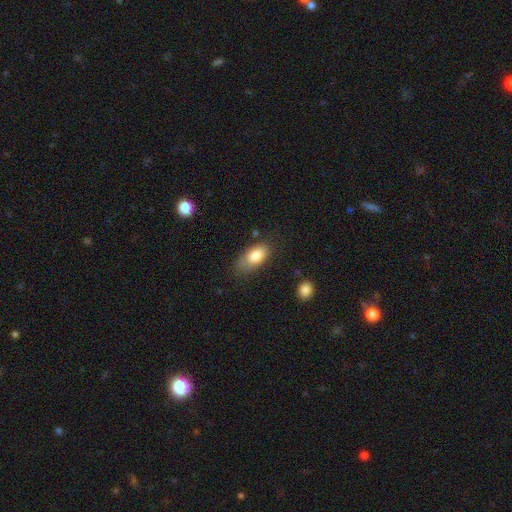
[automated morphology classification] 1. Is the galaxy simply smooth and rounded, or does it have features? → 81% smooth, 12% featured or disk, 7% star or artifact.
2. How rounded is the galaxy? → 91% in between, 5% cigar-shaped, 4% round.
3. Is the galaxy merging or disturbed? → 61% none, 27% minor disturbance, 9% major disturbance, 3% merger.